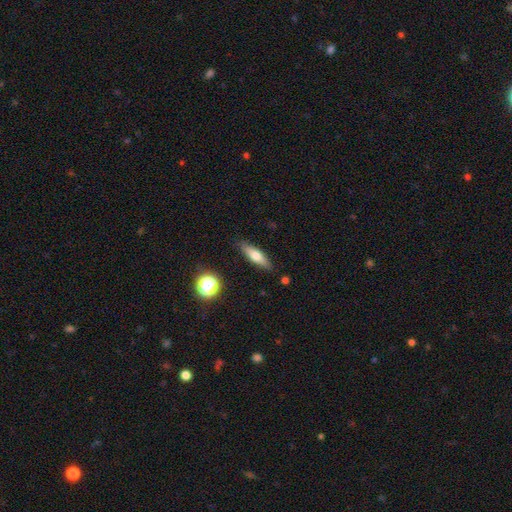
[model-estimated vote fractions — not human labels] Overall: smooth (60%; featured or disk 31%). How rounded: cigar-shaped (59%; in between 37%). Merging: none (85%).